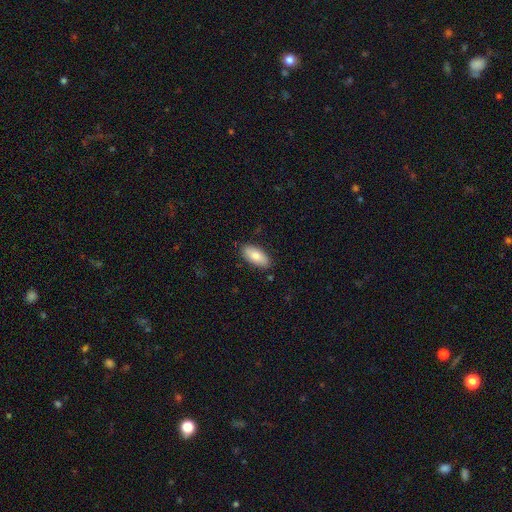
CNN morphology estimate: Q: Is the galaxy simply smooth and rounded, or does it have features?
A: smooth — 80%.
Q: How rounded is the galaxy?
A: in between — 88%.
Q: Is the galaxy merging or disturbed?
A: none — 86%.